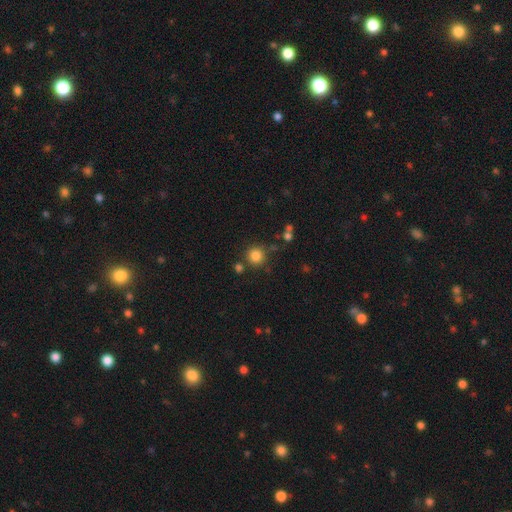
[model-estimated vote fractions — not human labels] Smooth or featured: smooth — 83% (star or artifact — 12%)
How rounded: round — 93% (in between — 6%)
Merging: none — 78% (minor disturbance — 9%)